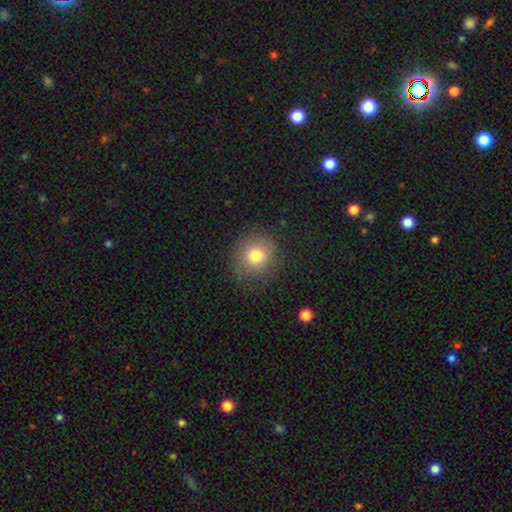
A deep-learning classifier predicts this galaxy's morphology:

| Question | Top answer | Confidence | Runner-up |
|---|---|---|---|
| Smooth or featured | smooth | 78% | star or artifact (12%) |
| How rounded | round | 88% | in between (11%) |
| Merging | none | 81% | minor disturbance (13%) |